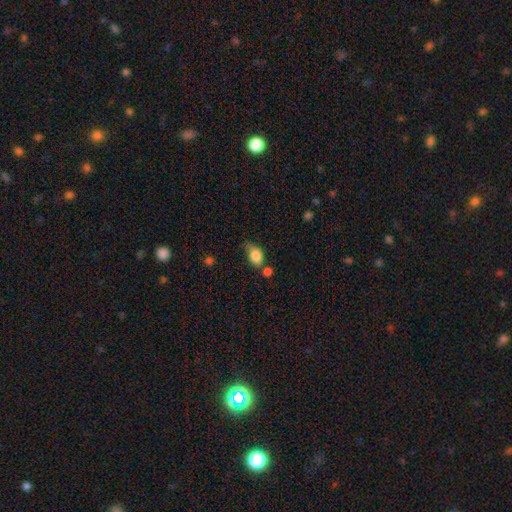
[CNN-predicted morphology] Smooth or featured? Predicted: smooth (p=0.83). How rounded? Predicted: in between (p=0.77). Merging? Predicted: none (p=0.41).